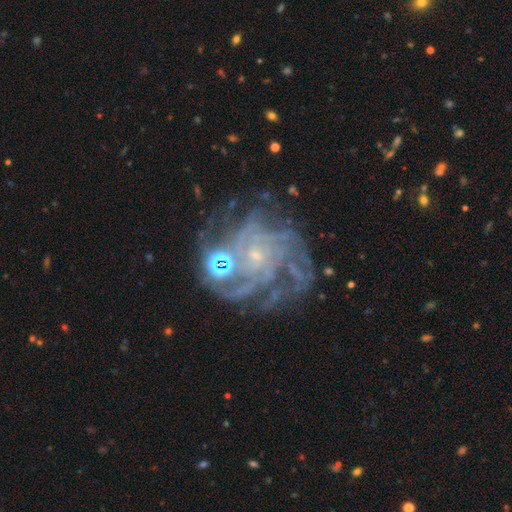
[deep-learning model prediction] This is clearly a featured or disk galaxy (84%). It is clearly not viewed edge-on (98%). Bar: likely no (74%). Spiral arm pattern: clearly yes (95%). Spiral arm count: marginally 4 (27%). Spiral winding: likely tight (61%). Central bulge: likely small (80%). Merging: possibly none (58%).